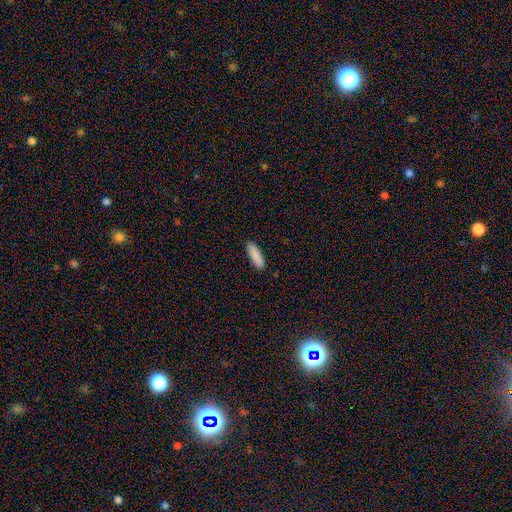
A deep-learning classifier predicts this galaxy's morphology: This is clearly a smooth galaxy (89%). How rounded: possibly cigar-shaped (53%). Merging: clearly none (89%).